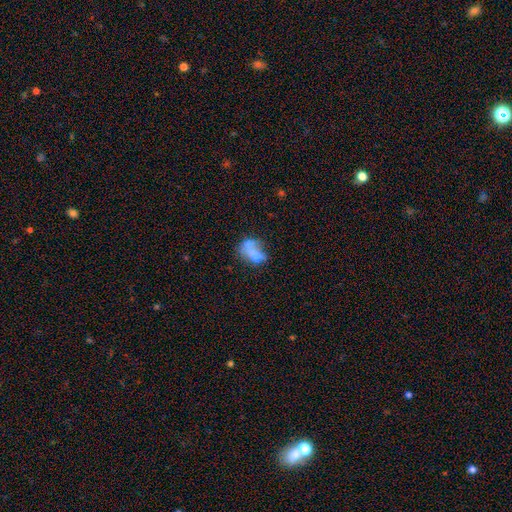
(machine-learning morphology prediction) This appears to be a smooth galaxy with no disk features (51%) that is in between round and cigar-shaped (75%). Merging: merger (32%).